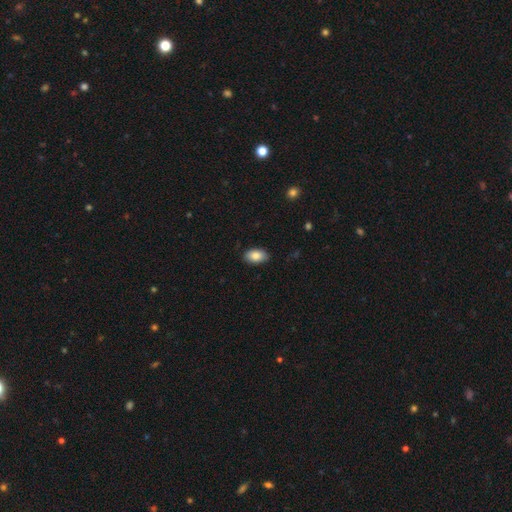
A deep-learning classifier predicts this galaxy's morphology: A smooth galaxy with no disk features (85%) that is in between round and cigar-shaped (93%). Merging: none (87%).